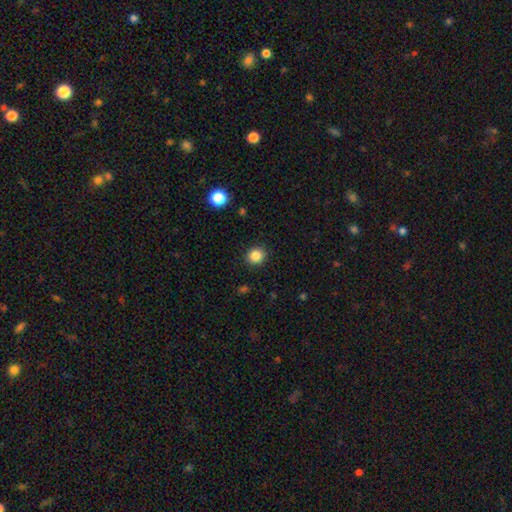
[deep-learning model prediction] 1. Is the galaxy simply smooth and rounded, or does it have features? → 85% smooth, 11% star or artifact, 4% featured or disk.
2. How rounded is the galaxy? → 87% round, 12% in between, 1% cigar-shaped.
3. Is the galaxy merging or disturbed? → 91% none, 6% minor disturbance, 2% major disturbance, 1% merger.